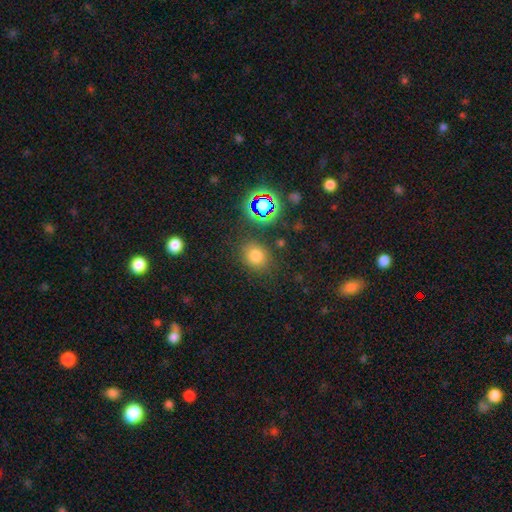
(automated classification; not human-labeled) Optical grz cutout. It shows a smooth galaxy with no disk features (72%) that is round (64%). Merging: none (81%).